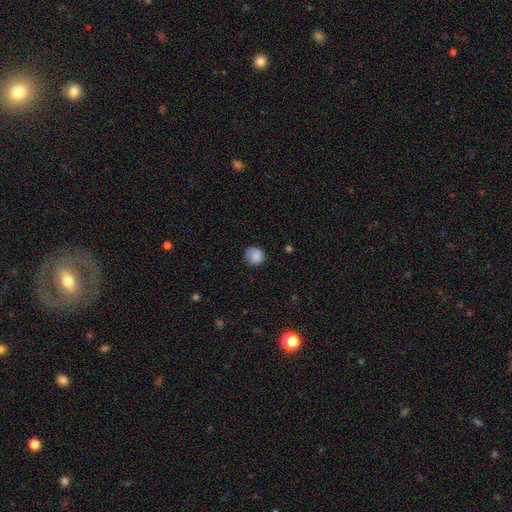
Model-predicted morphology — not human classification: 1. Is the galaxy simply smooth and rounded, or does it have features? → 86% smooth, 8% star or artifact, 5% featured or disk.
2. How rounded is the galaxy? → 88% round, 11% in between, 1% cigar-shaped.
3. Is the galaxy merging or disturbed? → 74% none, 21% minor disturbance, 5% major disturbance, 1% merger.